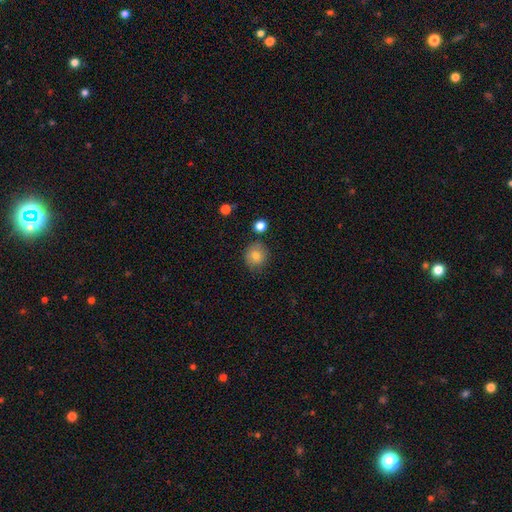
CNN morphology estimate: This is clearly a smooth galaxy (80%). How rounded: clearly round (87%). Merging: likely none (79%).